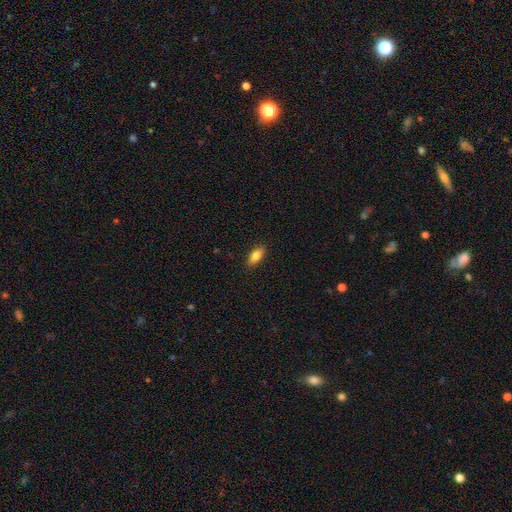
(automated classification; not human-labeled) smooth 81%, featured or disk 12%, star or artifact 7%. Down the decision tree: how rounded — in between (84%); merging — none (88%).